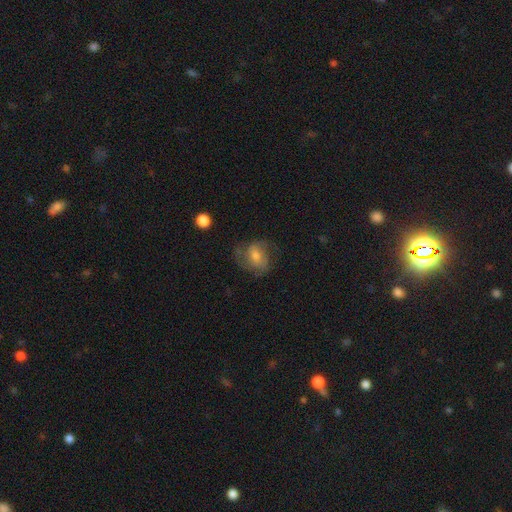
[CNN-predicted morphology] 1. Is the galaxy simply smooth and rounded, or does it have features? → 52% featured or disk, 39% smooth, 10% star or artifact.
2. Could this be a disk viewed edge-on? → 96% no, 4% yes.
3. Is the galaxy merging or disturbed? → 57% none, 24% minor disturbance, 18% major disturbance, 2% merger.